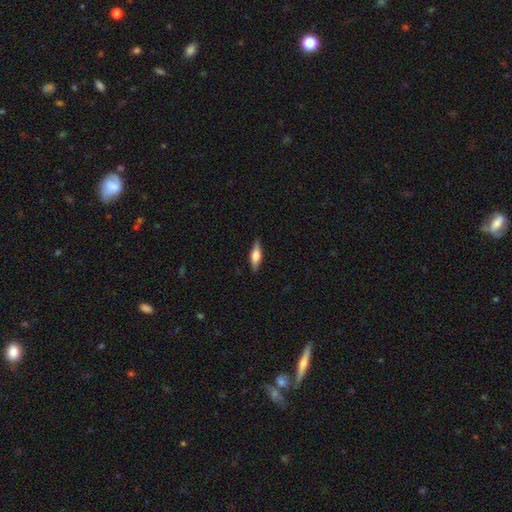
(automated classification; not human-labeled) Smooth or featured? Predicted: featured or disk (p=0.54). Edge-on disk? Predicted: yes (p=0.95). Edge-on bulge? Predicted: rounded (p=0.87). Merging? Predicted: none (p=0.88).